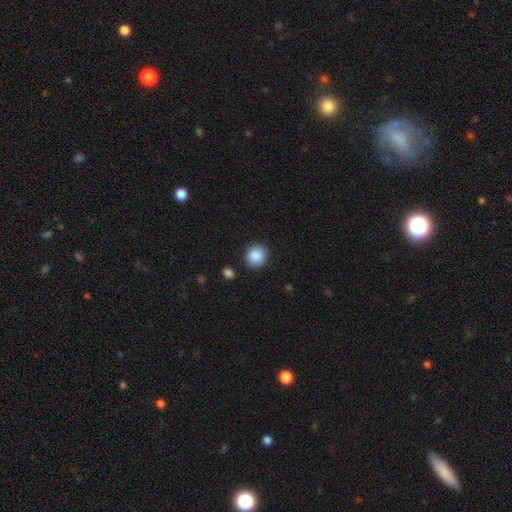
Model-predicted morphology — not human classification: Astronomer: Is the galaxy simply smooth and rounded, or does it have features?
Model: smooth — 89%.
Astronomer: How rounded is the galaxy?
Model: round — 88%.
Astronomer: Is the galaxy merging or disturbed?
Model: none — 88%.